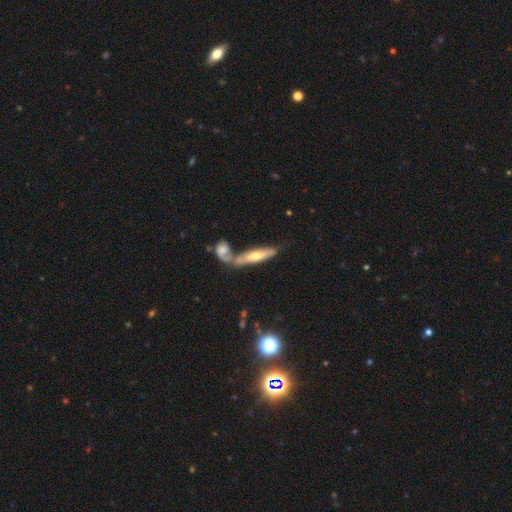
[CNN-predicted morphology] A featured or disk galaxy (47%, tied with smooth). Merging: none (46%).